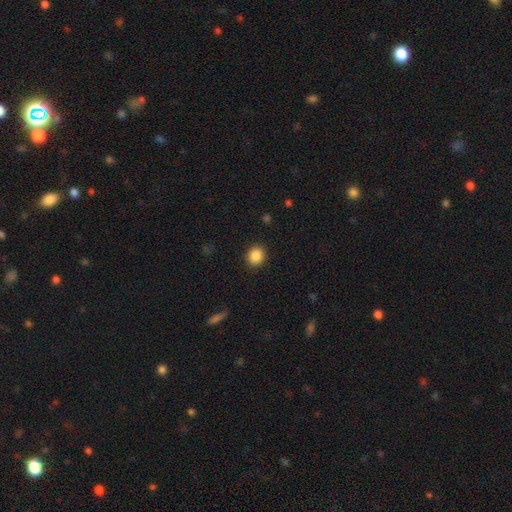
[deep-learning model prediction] Smooth or featured? smooth (87%)
How rounded? round (75%)
Merging? none (90%)